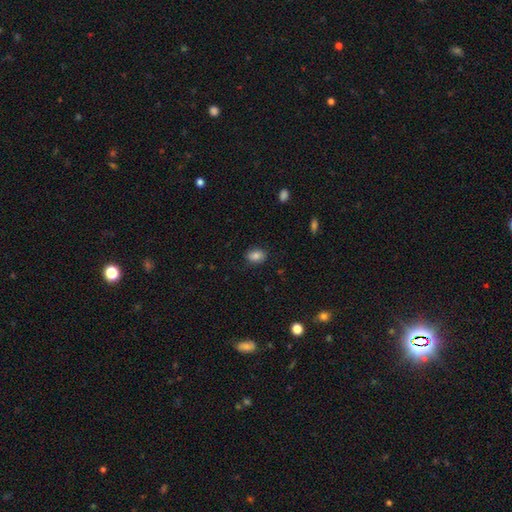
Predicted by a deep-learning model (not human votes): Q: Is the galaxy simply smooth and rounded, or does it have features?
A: smooth — 85%.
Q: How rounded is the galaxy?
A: in between — 77%.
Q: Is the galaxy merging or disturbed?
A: none — 85%.